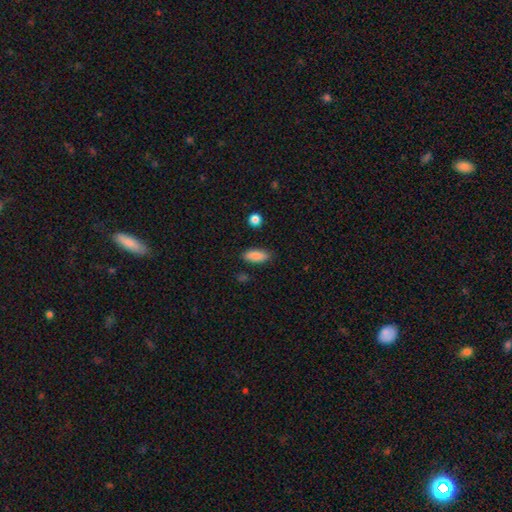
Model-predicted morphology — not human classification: Overall: smooth (88%). How rounded: in between (79%). Merging: none (85%).